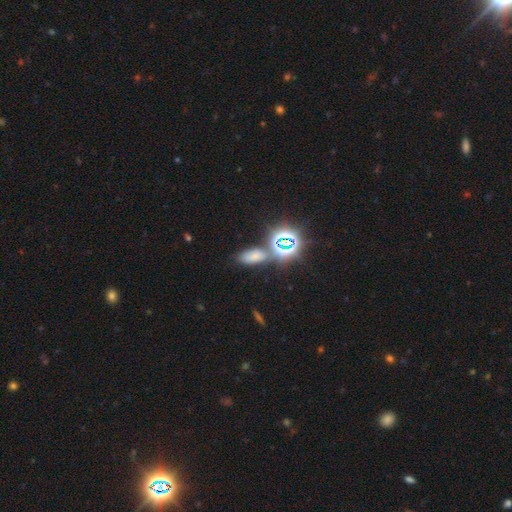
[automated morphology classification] A star or artifact, not a galaxy (49%).